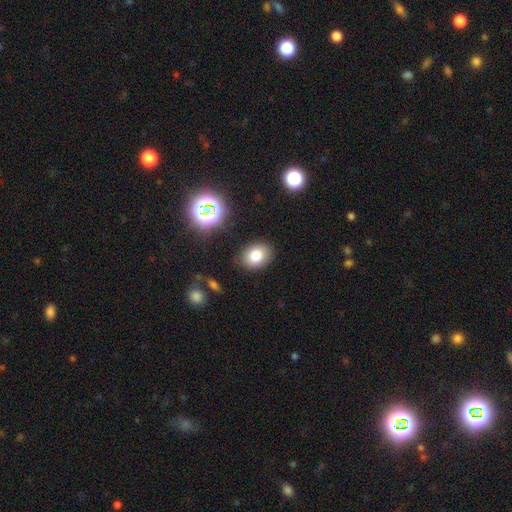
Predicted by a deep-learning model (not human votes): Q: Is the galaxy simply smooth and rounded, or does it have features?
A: smooth — 78%.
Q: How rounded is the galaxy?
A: in between — 62%.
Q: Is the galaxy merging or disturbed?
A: none — 86%.